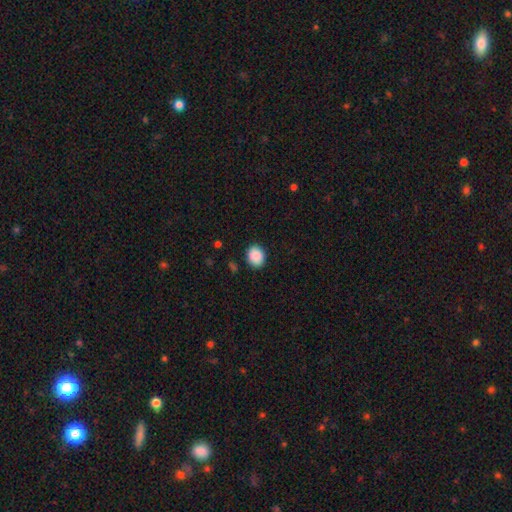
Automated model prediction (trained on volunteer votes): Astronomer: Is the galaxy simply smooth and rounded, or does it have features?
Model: smooth — 89%.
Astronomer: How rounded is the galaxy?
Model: round — 57% (runner-up: in between, 42%).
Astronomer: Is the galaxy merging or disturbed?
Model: none — 87%.